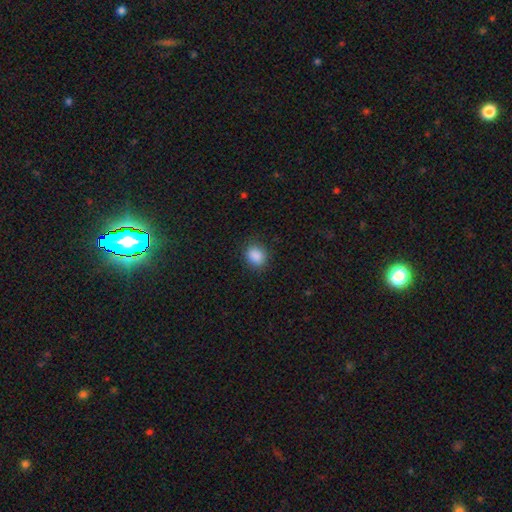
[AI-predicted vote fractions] The model was most divided on "how rounded": round: 62%, in between: 37%, cigar-shaped: 1%. More confident: smooth or featured — smooth (88%); merging — none (86%).